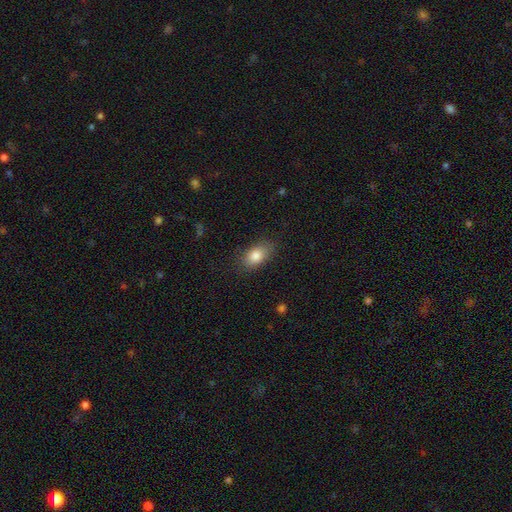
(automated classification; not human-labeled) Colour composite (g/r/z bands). It shows a smooth galaxy with no disk features (82%) that is in between round and cigar-shaped (88%). Merging: none (80%).